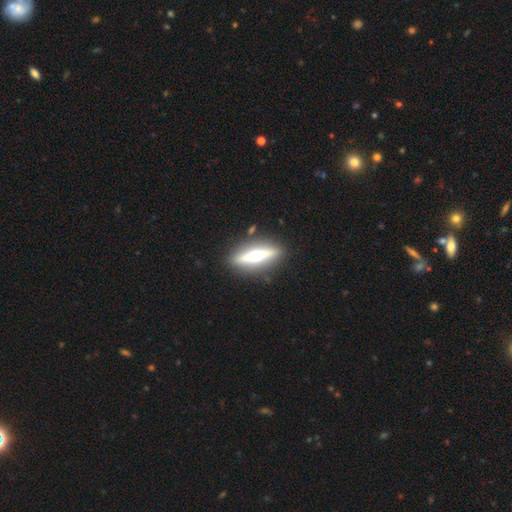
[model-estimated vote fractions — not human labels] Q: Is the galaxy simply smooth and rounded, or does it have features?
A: featured or disk — 71%.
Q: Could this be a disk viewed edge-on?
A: yes — 92%.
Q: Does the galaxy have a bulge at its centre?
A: rounded — 95%.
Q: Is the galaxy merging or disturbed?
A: none — 89%.